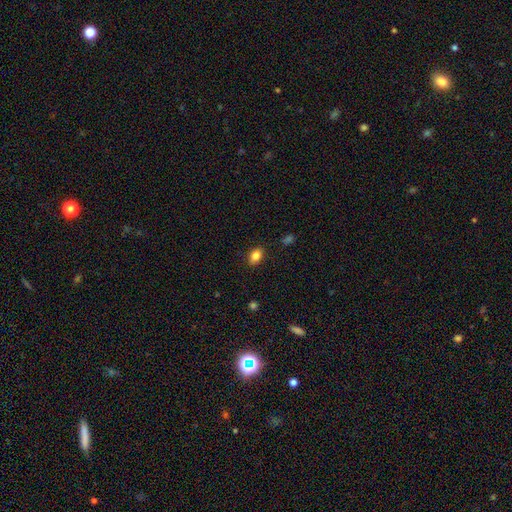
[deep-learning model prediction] Overall: smooth (84%). How rounded: in between (82%). Merging: none (87%).